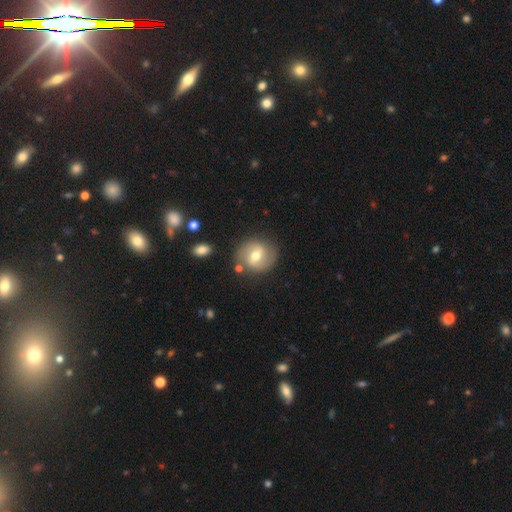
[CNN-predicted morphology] This is possibly a featured or disk galaxy (55%). It is clearly not viewed edge-on (96%). Bar: possibly weak (51%). Spiral arm pattern: likely yes (74%). Central bulge: likely moderate (72%). Merging: likely none (78%).